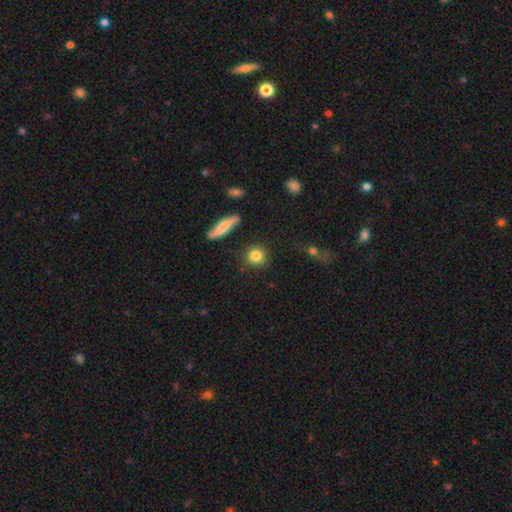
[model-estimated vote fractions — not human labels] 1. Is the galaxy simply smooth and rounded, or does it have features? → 82% smooth, 9% featured or disk, 9% star or artifact.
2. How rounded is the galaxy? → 85% round, 12% in between, 3% cigar-shaped.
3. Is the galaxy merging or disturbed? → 81% none, 11% minor disturbance, 4% merger, 3% major disturbance.